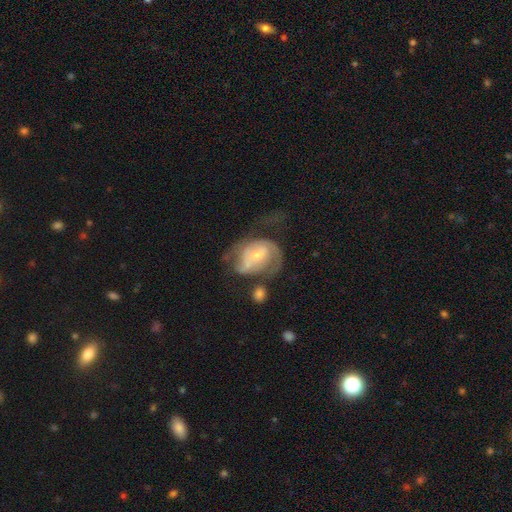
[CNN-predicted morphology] Smooth or featured? featured or disk (71%)
Edge-on disk? no (97%)
Bar? no (52%)
Spiral arms? yes (78%)
Spiral winding? medium (41%)
Spiral arm count? 2 (51%)
Bulge size? small (56%)
Merging? major disturbance (39%)